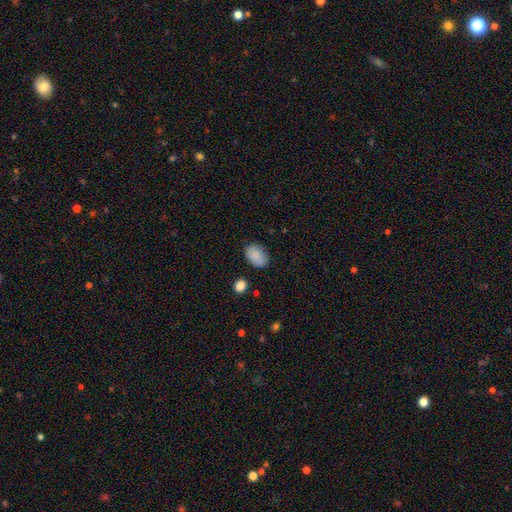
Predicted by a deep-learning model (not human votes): Q: Smooth or featured?
A: smooth (88%); runner-up: star or artifact (7%)
Q: How rounded?
A: in between (86%); runner-up: round (13%)
Q: Merging?
A: none (81%); runner-up: minor disturbance (14%)